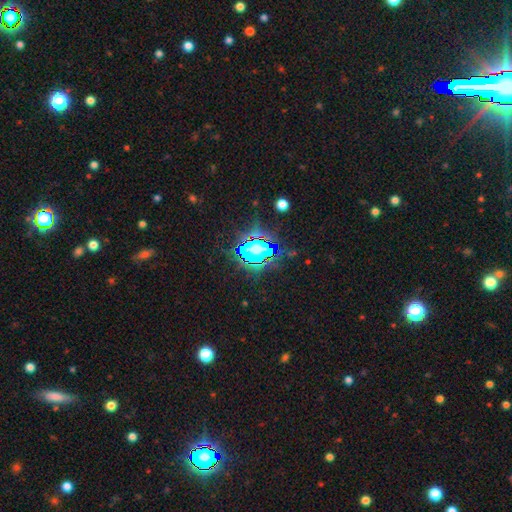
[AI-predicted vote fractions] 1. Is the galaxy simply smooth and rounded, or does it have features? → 81% star or artifact, 12% smooth, 7% featured or disk.